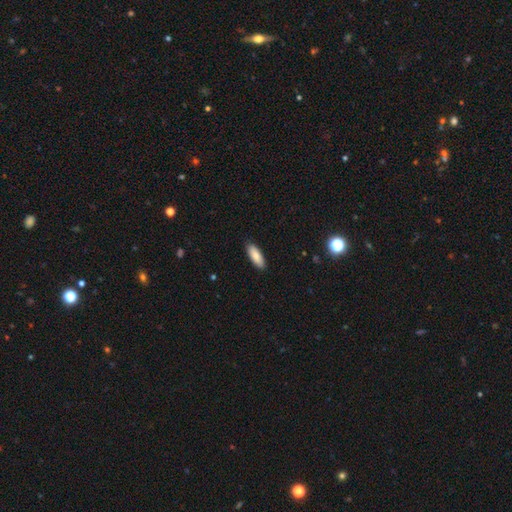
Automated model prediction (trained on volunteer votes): Q: Smooth or featured?
A: smooth (86%); runner-up: featured or disk (8%)
Q: How rounded?
A: in between (67%); runner-up: cigar-shaped (31%)
Q: Merging?
A: none (89%); runner-up: minor disturbance (8%)